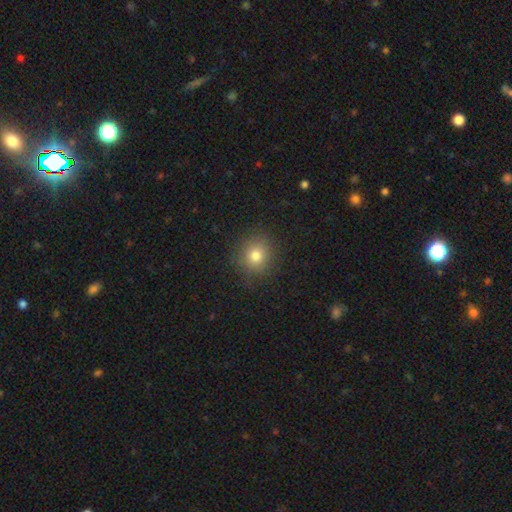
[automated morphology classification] smooth_or_featured: smooth (p=0.78) [alt: star or artifact p=0.14]
how_rounded: round (p=0.85) [alt: in between p=0.14]
merging: none (p=0.87) [alt: minor disturbance p=0.09]